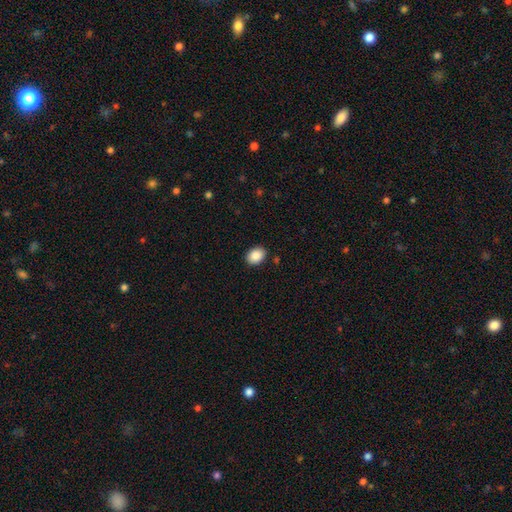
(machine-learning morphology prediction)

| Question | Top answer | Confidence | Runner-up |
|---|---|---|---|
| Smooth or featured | smooth | 88% | star or artifact (8%) |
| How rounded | in between | 71% | round (29%) |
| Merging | none | 89% | minor disturbance (8%) |